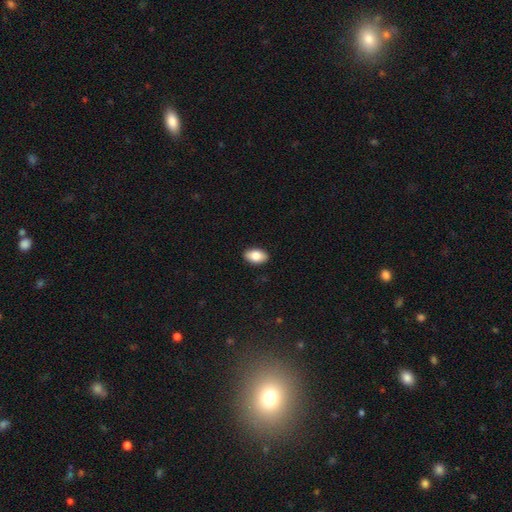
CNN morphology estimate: Overall: smooth (85%). How rounded: in between (93%). Merging: none (90%).